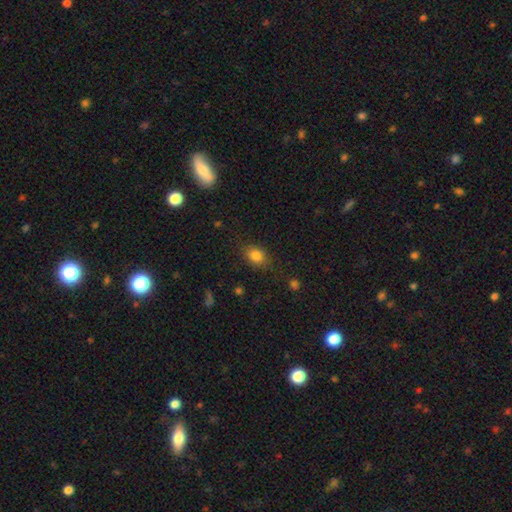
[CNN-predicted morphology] This is clearly a smooth galaxy (82%). How rounded: likely in between (66%). Merging: likely none (80%).